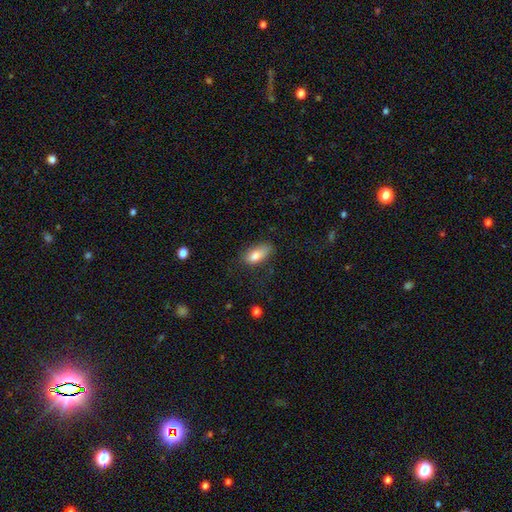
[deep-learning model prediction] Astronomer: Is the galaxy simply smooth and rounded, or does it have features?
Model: smooth — 81%.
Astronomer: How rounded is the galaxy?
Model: in between — 86%.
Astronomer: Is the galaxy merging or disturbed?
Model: none — 60%.